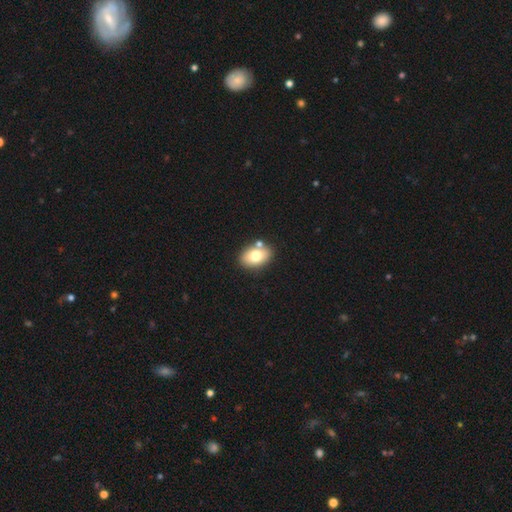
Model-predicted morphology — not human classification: smooth_or_featured: smooth (p=0.73) [alt: featured or disk p=0.18]
how_rounded: in between (p=0.82) [alt: round p=0.17]
merging: none (p=0.74) [alt: merger p=0.12]